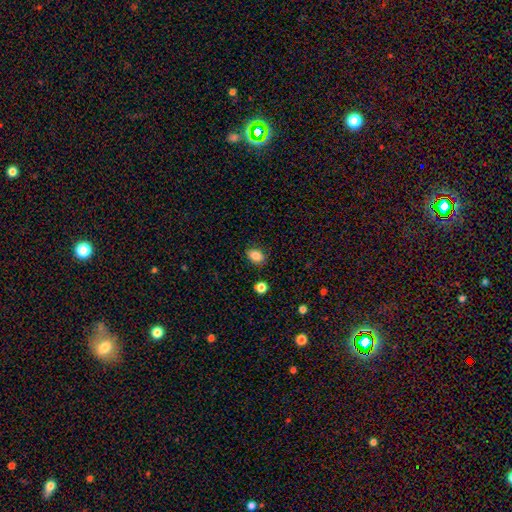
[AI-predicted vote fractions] smooth 85%, star or artifact 9%, featured or disk 6%. Down the decision tree: how rounded — in between (81%); merging — none (84%).